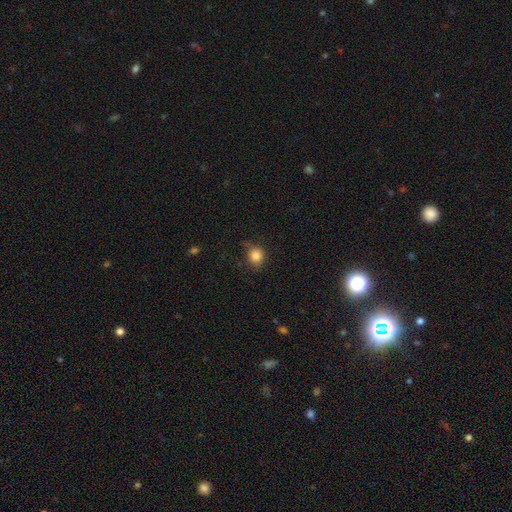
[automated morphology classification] A smooth galaxy with no disk features (84%) that is round (79%).

Vote fractions:
- Smooth or featured? smooth: 84% / star or artifact: 11% / featured or disk: 5%
- How rounded? round: 79% / in between: 20% / cigar-shaped: 1%
- Merging? none: 75% / minor disturbance: 19% / major disturbance: 4% / merger: 2%